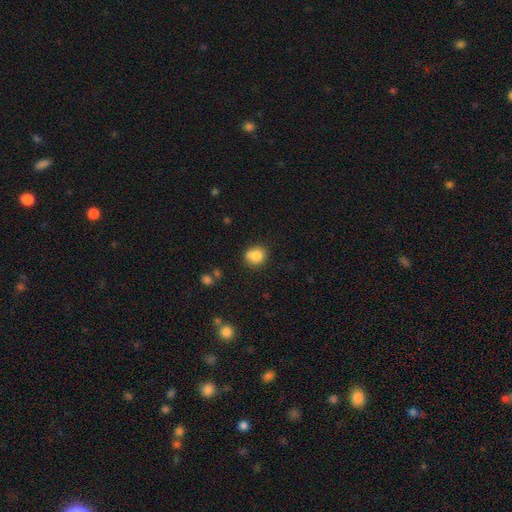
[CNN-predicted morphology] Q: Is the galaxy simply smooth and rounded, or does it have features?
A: smooth — 80%.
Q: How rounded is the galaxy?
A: round — 76%.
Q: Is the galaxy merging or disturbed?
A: none — 64%.